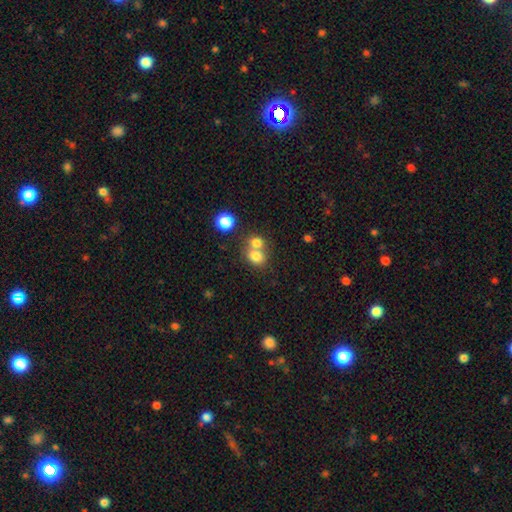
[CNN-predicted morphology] smooth-or-featured: smooth: 77% | star or artifact: 12% | featured or disk: 11%
  how-rounded: round: 57% | in between: 42% | cigar-shaped: 1%
  merging: merger: 53% | none: 37% | minor disturbance: 7% | major disturbance: 3%